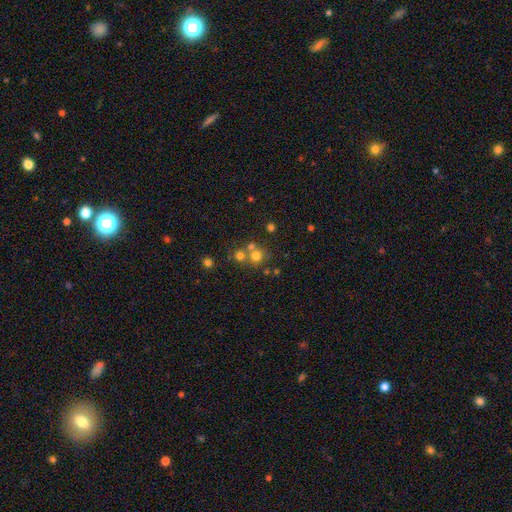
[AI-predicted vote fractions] smooth_or_featured: smooth (p=0.68) [alt: star or artifact p=0.19]
how_rounded: round (p=0.88) [alt: in between p=0.11]
merging: none (p=0.52) [alt: merger p=0.38]